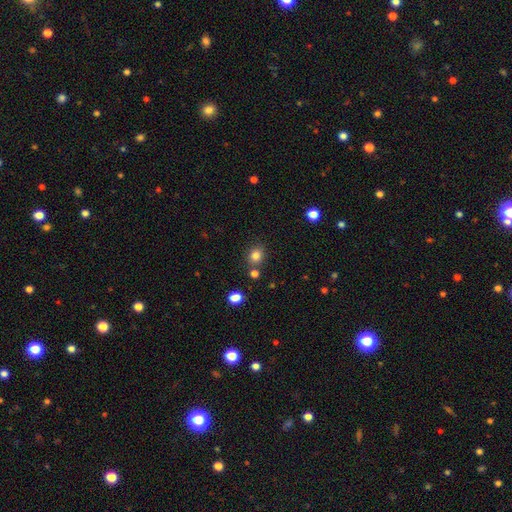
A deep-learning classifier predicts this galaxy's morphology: smooth 81%, star or artifact 13%, featured or disk 6%. Down the decision tree: how rounded — round (70%); merging — none (78%).